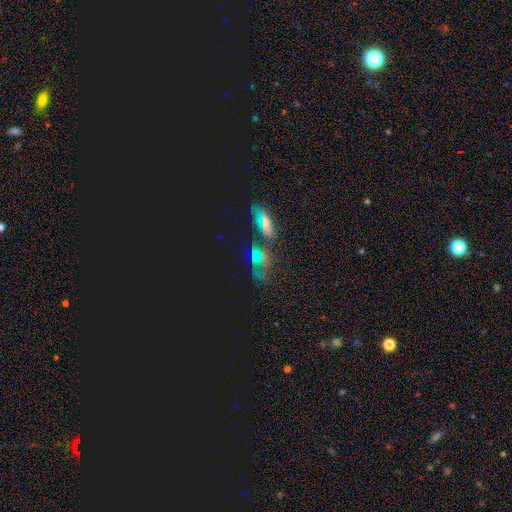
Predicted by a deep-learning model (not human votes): Smooth or featured? Predicted: star or artifact (p=0.42).